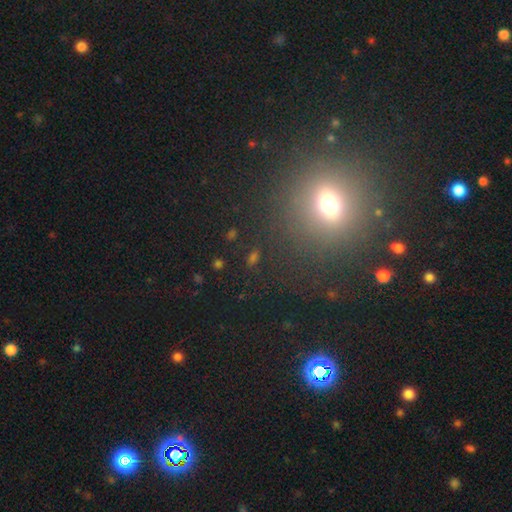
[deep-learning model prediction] Smooth or featured? Predicted: smooth (p=0.46). Merging? Predicted: none (p=0.86).